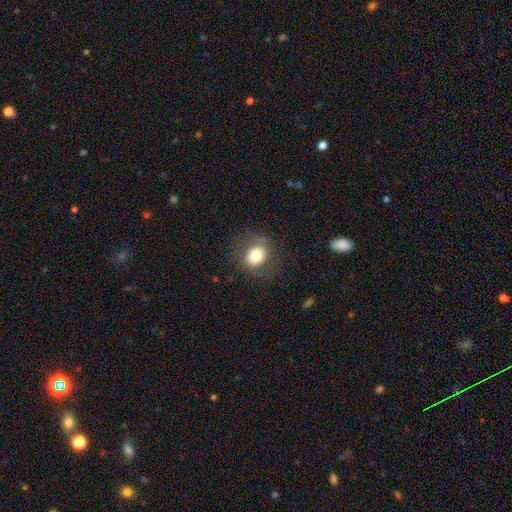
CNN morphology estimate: Q: Smooth or featured?
A: smooth (74%); runner-up: featured or disk (16%)
Q: How rounded?
A: round (66%); runner-up: in between (33%)
Q: Merging?
A: none (78%); runner-up: minor disturbance (13%)